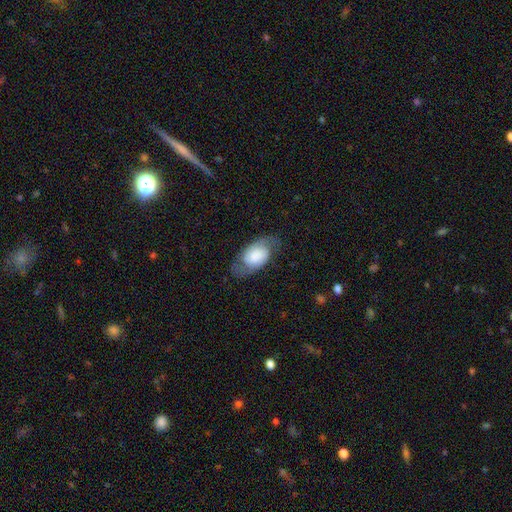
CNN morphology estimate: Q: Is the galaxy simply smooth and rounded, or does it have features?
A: featured or disk — 51%.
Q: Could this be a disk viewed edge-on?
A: no — 94%.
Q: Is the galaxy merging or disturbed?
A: none — 69%.